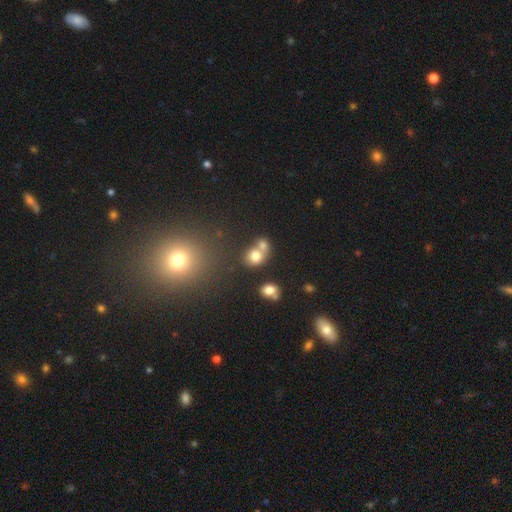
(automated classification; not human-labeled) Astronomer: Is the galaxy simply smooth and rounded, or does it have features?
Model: smooth — 74%.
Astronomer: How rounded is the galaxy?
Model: round — 63%.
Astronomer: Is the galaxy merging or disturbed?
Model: merger — 56% (runner-up: none, 31%).